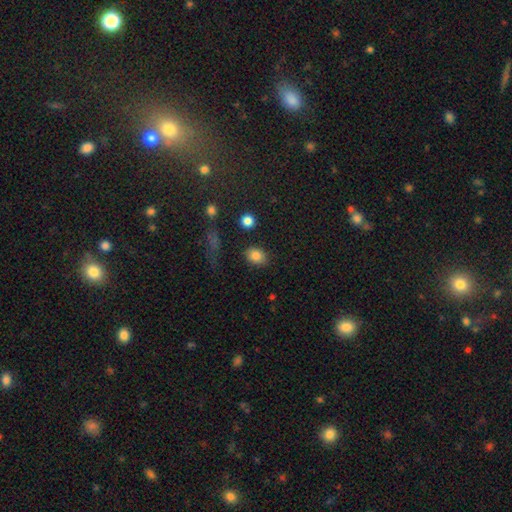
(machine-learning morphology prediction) Smooth or featured?
  - smooth: 84% *
  - star or artifact: 10%
  - featured or disk: 7%
How rounded?
  - in between: 64% *
  - round: 35%
  - cigar-shaped: 1%
Merging?
  - none: 82% *
  - minor disturbance: 11%
  - major disturbance: 3%
  - merger: 3%